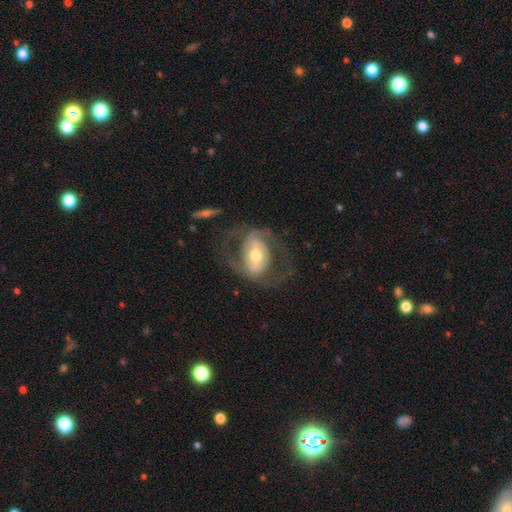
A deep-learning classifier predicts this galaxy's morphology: smooth-or-featured: featured or disk: 78% | smooth: 17% | star or artifact: 5%
  disk-edge-on: no: 95% | yes: 5%
    bar: strong: 39% | weak: 36% | no: 26%
    has-spiral-arms: yes: 75% | no: 25%
      spiral-winding: medium: 50% | loose: 27% | tight: 23%
      spiral-arm-count: 2: 83% | can't tell: 9% | 1: 4% | 3: 2% | 4: 1% | more than 4: 1%
    bulge-size: moderate: 71% | small: 15% | large: 11% | dominant: 1% | none: 1%
  merging: none: 60% | major disturbance: 22% | minor disturbance: 16% | merger: 2%